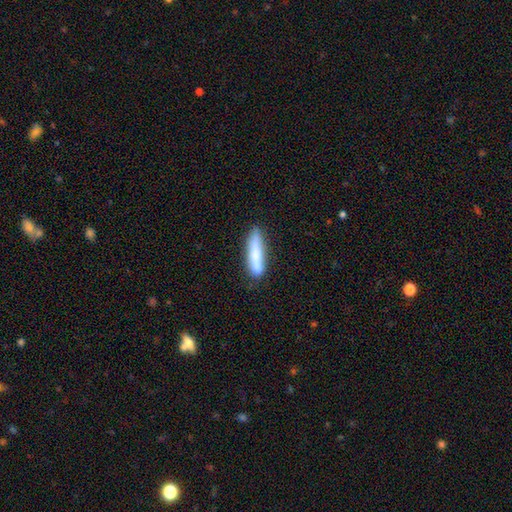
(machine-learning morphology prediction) Smooth or featured? smooth (73%)
How rounded? cigar-shaped (84%)
Merging? none (73%)